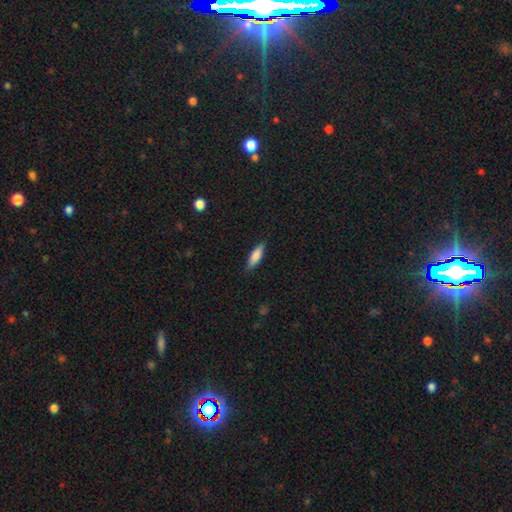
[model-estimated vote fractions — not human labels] smooth-or-featured: smooth: 81% | featured or disk: 13% | star or artifact: 6%
  how-rounded: cigar-shaped: 55% | in between: 43% | round: 2%
  merging: none: 86% | minor disturbance: 10% | major disturbance: 2% | merger: 1%